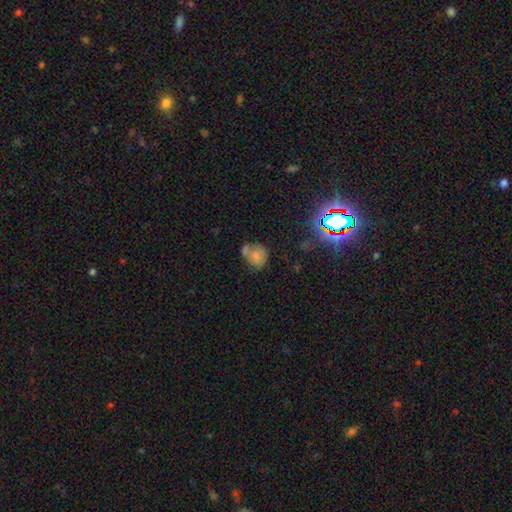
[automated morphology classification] Smooth or featured?
  - smooth: 74% *
  - featured or disk: 13%
  - star or artifact: 12%
How rounded?
  - round: 72% *
  - in between: 27%
  - cigar-shaped: 1%
Merging?
  - none: 41% *
  - merger: 36%
  - minor disturbance: 16%
  - major disturbance: 6%